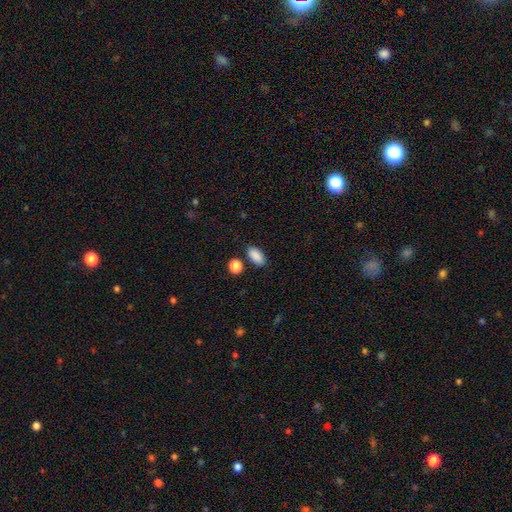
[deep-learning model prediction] A smooth galaxy with no disk features (89%) that is in between round and cigar-shaped (91%). Merging: none (82%).